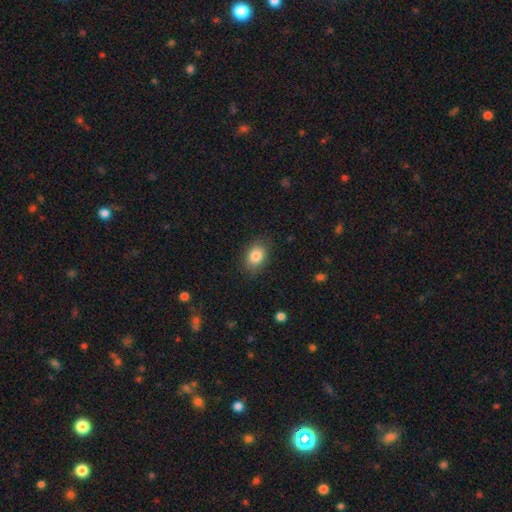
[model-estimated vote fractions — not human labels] Morphology: type=smooth (84%); roundness=in between (73%); merging=none (84%).